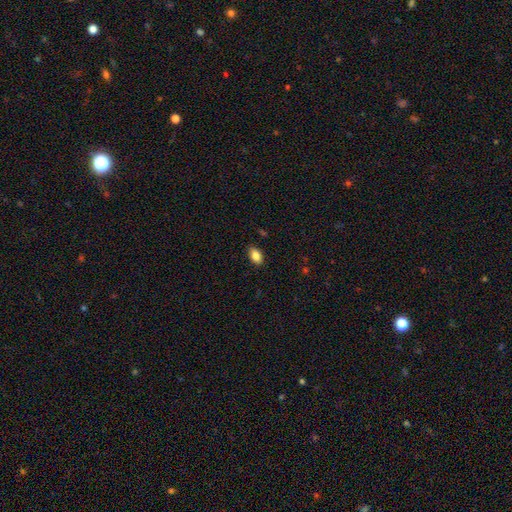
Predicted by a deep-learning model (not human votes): Overall: smooth (85%). How rounded: in between (90%). Merging: none (87%).